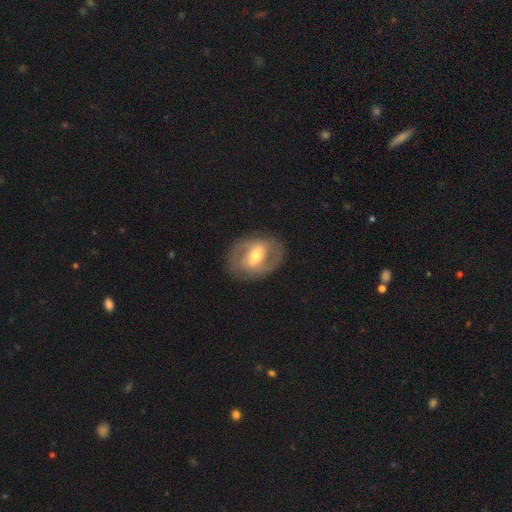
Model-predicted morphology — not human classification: Smooth or featured? Predicted: featured or disk (p=0.74). Edge-on disk? Predicted: no (p=0.95). Bar? Predicted: strong (p=0.45). Spiral arms? Predicted: yes (p=0.70). Bulge size? Predicted: moderate (p=0.65). Merging? Predicted: none (p=0.81).